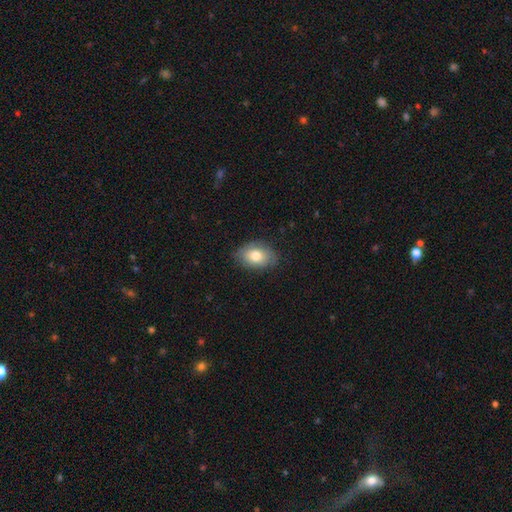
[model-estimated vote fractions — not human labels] Smooth or featured: smooth — 75% (featured or disk — 17%)
How rounded: in between — 82% (round — 16%)
Merging: none — 79% (minor disturbance — 17%)